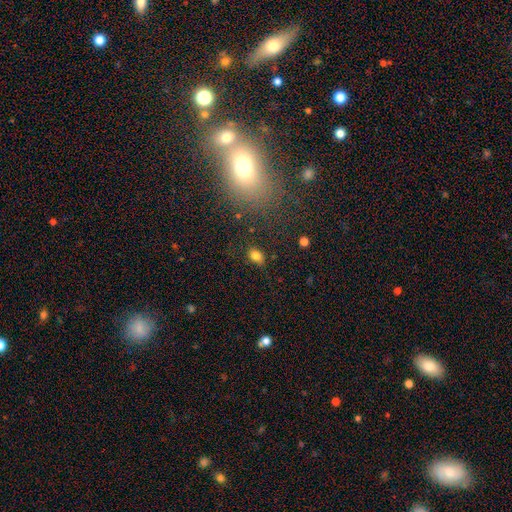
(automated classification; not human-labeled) The model was most divided on "how rounded": in between: 75%, round: 23%, cigar-shaped: 2%. More confident: smooth or featured — smooth (81%); merging — none (78%).